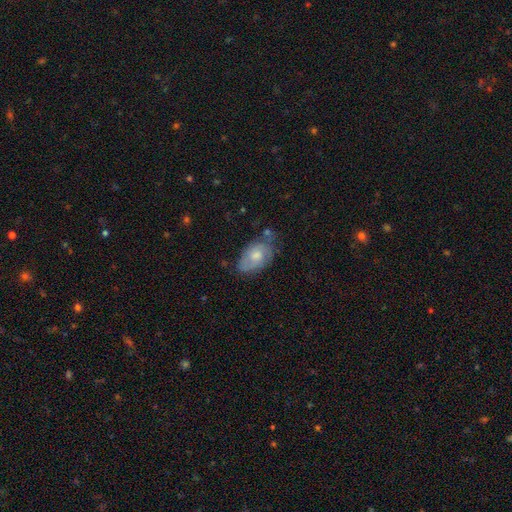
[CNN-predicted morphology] This appears to be a smooth galaxy with no disk features (55%) that is in between round and cigar-shaped (90%). Merging: none (53%).